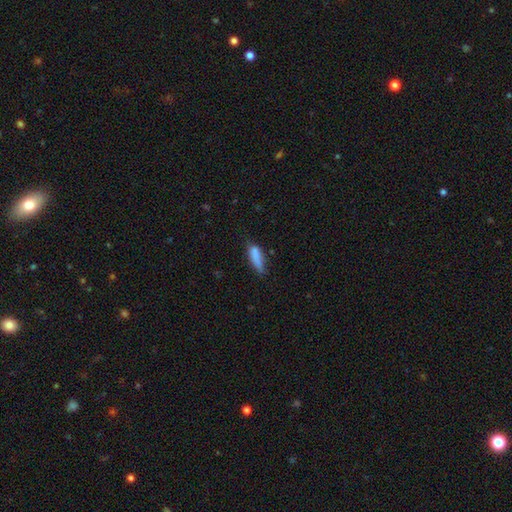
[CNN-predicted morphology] This is clearly a smooth galaxy (82%). How rounded: possibly cigar-shaped (53%). Merging: possibly none (53%).